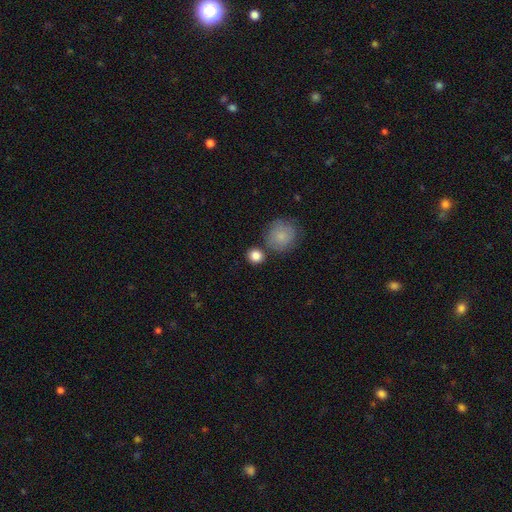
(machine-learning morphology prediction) Smooth or featured? smooth (85%)
How rounded? round (85%)
Merging? none (75%)